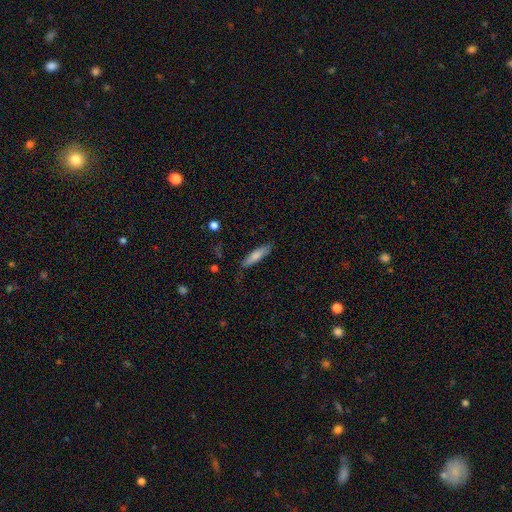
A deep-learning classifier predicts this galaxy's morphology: type=smooth (74%); roundness=cigar-shaped (75%); merging=none (79%).